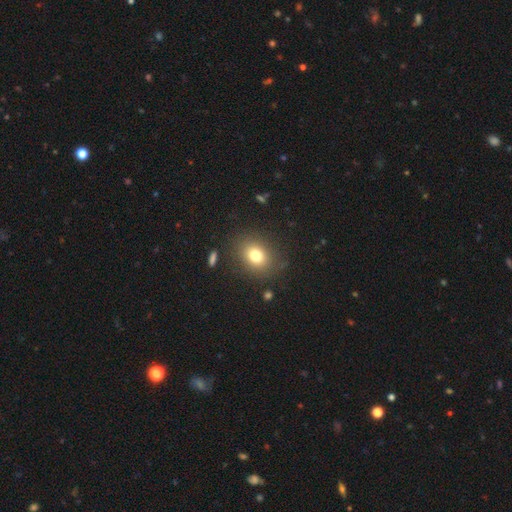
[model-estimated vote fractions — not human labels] Smooth or featured? smooth (77%)
How rounded? round (50%)
Merging? none (84%)